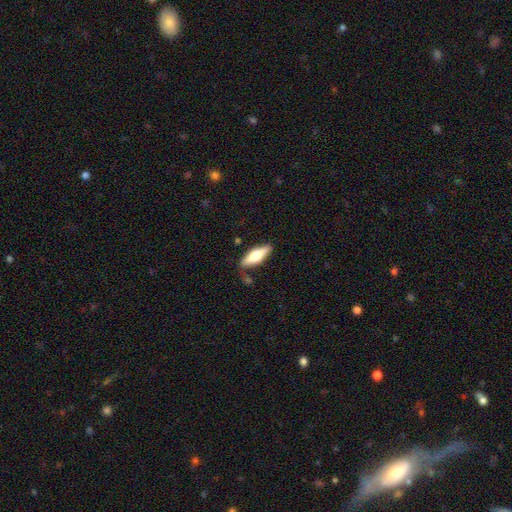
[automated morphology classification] This appears to be a smooth galaxy with no disk features (54%) that is in between round and cigar-shaped (54%). Merging: none (82%).